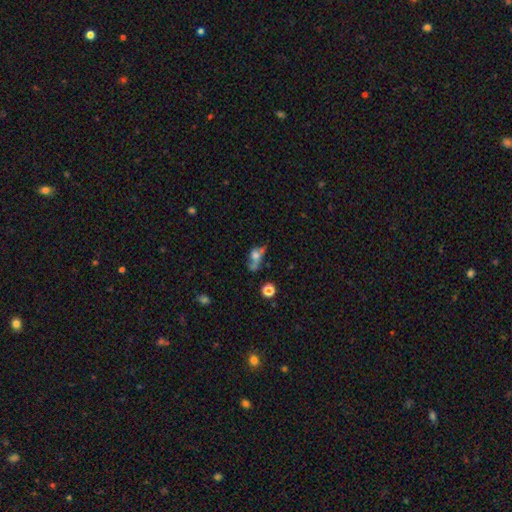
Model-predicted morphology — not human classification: smooth 50%, featured or disk 33%, star or artifact 17%. Down the decision tree: merging — major disturbance (30%).